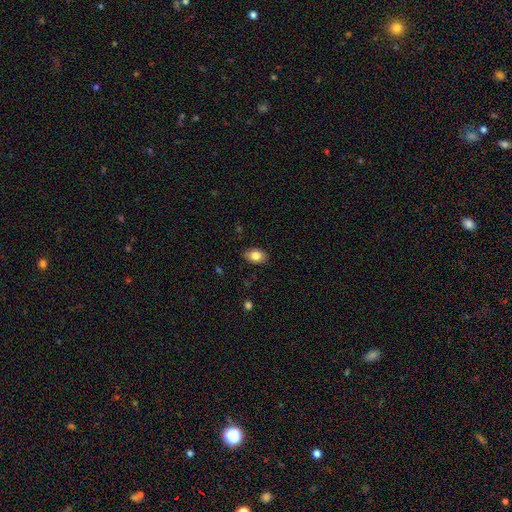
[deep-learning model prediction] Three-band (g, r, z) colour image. It shows a smooth galaxy with no disk features (83%) that is in between round and cigar-shaped (81%). Merging: none (86%).